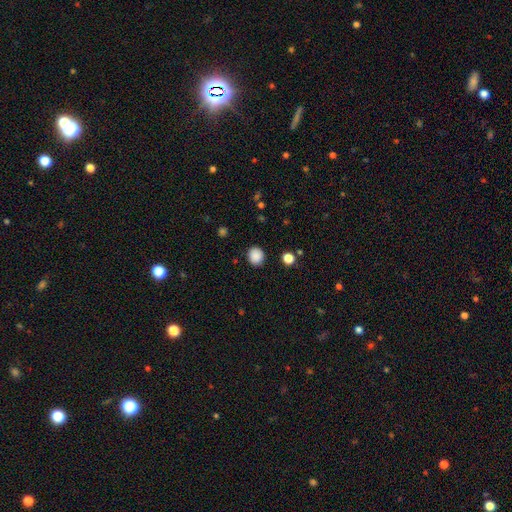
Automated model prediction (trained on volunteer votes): This is clearly a smooth galaxy (87%). How rounded: clearly round (80%). Merging: clearly none (88%).